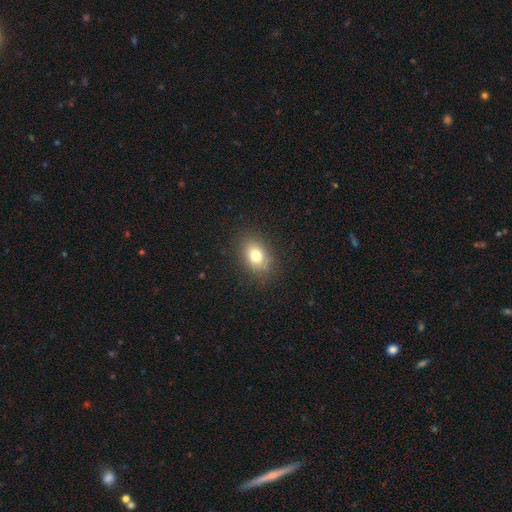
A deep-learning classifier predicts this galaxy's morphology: Smooth or featured?
  - smooth: 77% *
  - star or artifact: 12%
  - featured or disk: 11%
How rounded?
  - in between: 70% *
  - round: 29%
  - cigar-shaped: 1%
Merging?
  - none: 86% *
  - minor disturbance: 9%
  - major disturbance: 3%
  - merger: 1%